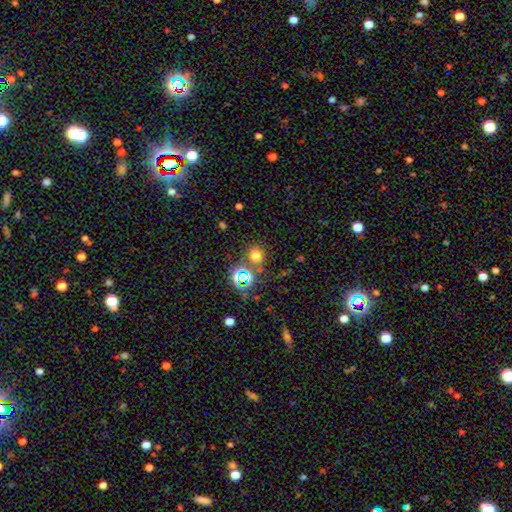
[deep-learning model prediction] Smooth or featured: smooth — 64% (star or artifact — 29%)
How rounded: round — 86% (in between — 13%)
Merging: none — 75% (merger — 12%)